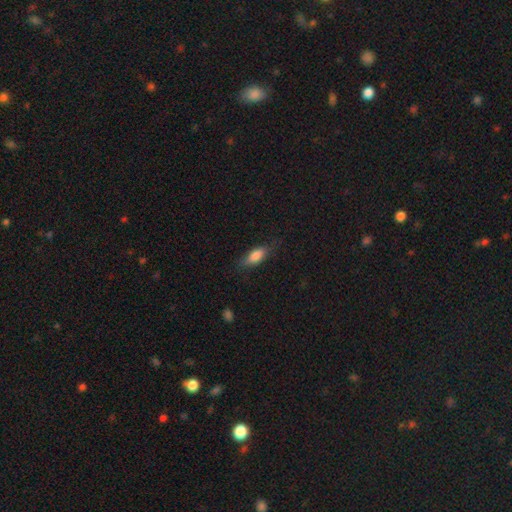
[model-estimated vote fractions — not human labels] A smooth galaxy with no disk features (81%) that is in between round and cigar-shaped (78%).

Vote fractions:
- Smooth or featured? smooth: 81% / featured or disk: 12% / star or artifact: 7%
- How rounded? in between: 78% / cigar-shaped: 19% / round: 3%
- Merging? none: 70% / minor disturbance: 22% / major disturbance: 6% / merger: 1%